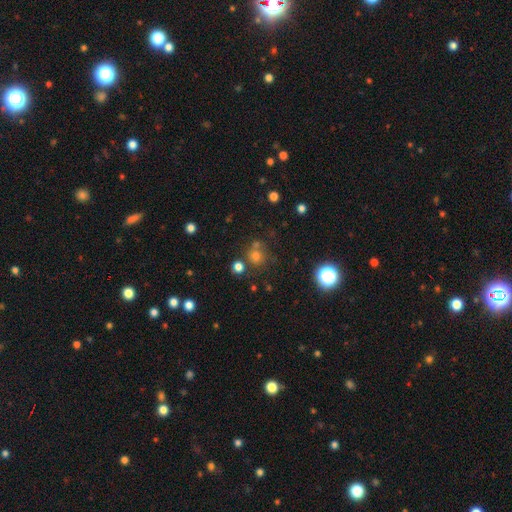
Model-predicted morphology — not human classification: Overall: smooth (59%; star or artifact 31%). How rounded: round (89%). Merging: none (70%).